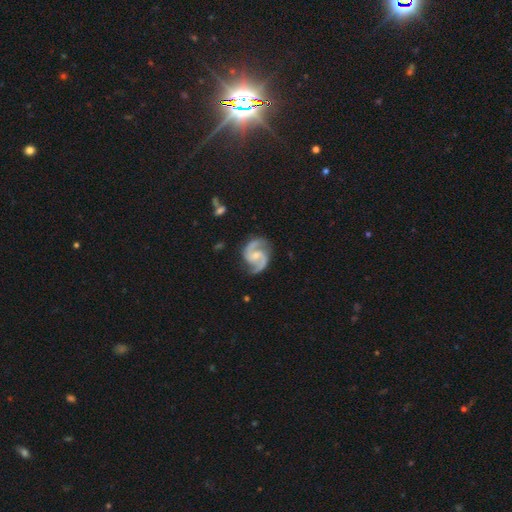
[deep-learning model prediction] Morphology: type=featured or disk (92%); edge-on=no (98%); bar=no (45%); spiral arms=yes (98%); winding=medium (63%); arm count=2 (94%); bulge=small (58%); merging=none (79%).